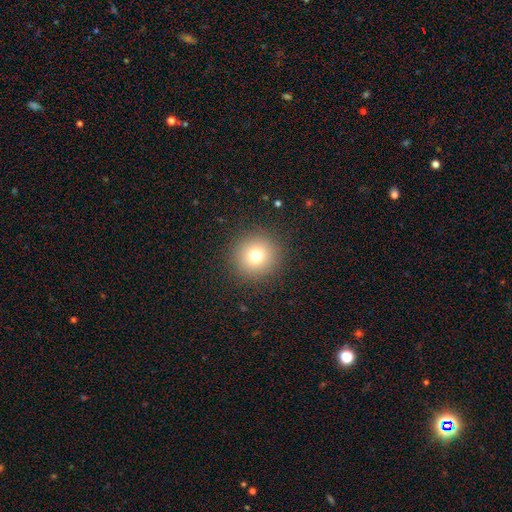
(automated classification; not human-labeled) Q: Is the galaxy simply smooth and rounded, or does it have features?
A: smooth — 75%.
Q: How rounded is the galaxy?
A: round — 95%.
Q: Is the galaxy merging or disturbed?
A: none — 90%.